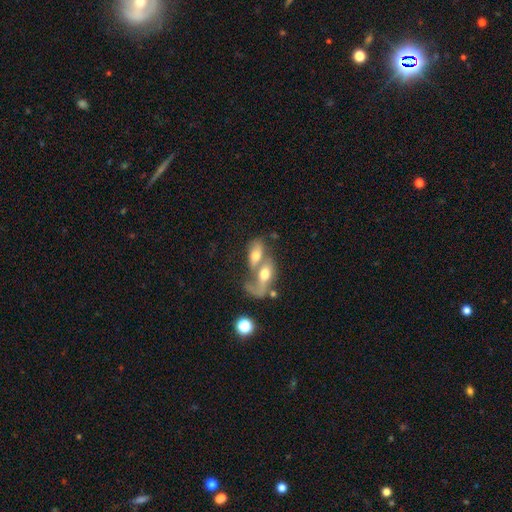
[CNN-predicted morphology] A smooth galaxy with no disk features (56%) that is in between round and cigar-shaped (84%).

Vote fractions:
- Smooth or featured? smooth: 56% / featured or disk: 35% / star or artifact: 9%
- How rounded? in between: 84% / cigar-shaped: 8% / round: 8%
- Merging? merger: 76% / none: 11% / major disturbance: 9% / minor disturbance: 5%